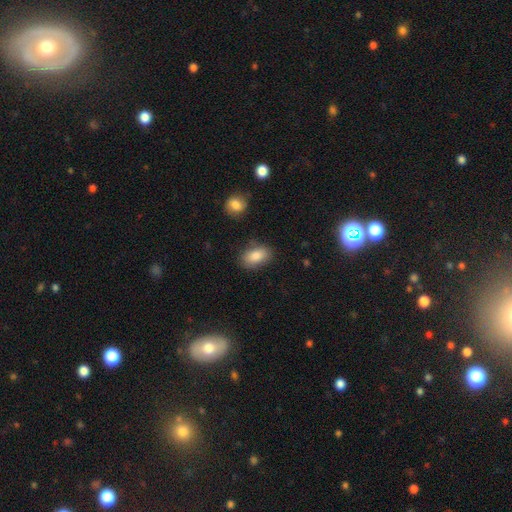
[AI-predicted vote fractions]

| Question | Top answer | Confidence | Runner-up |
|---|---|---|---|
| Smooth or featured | smooth | 86% | star or artifact (7%) |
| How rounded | in between | 91% | round (8%) |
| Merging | none | 80% | minor disturbance (13%) |